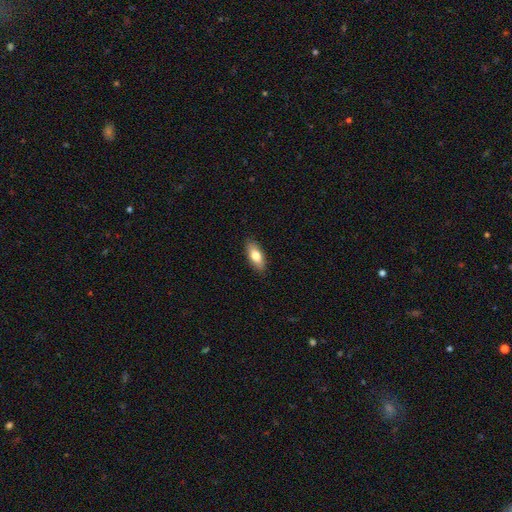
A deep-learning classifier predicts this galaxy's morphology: smooth-or-featured: smooth: 76% | featured or disk: 18% | star or artifact: 6%
  how-rounded: in between: 76% | cigar-shaped: 21% | round: 3%
  merging: none: 89% | minor disturbance: 9% | major disturbance: 2% | merger: 1%